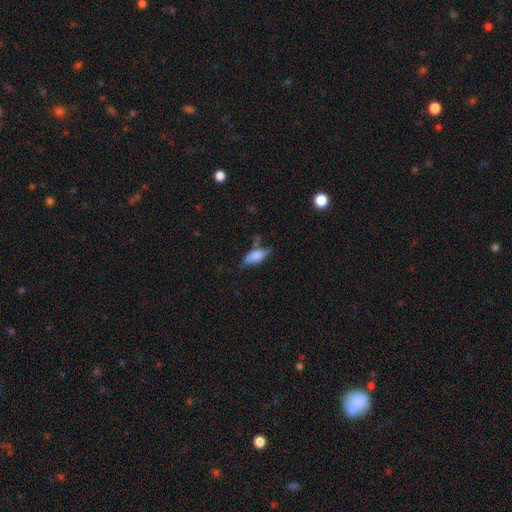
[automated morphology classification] Smooth or featured?
  - smooth: 74% *
  - featured or disk: 18%
  - star or artifact: 8%
How rounded?
  - in between: 76% *
  - cigar-shaped: 21%
  - round: 3%
Merging?
  - none: 51% *
  - minor disturbance: 32%
  - major disturbance: 11%
  - merger: 7%